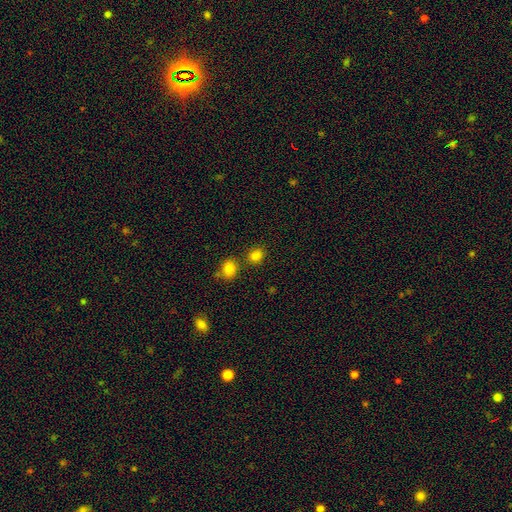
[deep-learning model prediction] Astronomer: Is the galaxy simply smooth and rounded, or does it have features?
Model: smooth — 83%.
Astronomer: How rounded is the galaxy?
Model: round — 66%.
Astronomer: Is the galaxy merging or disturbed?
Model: none — 70%.